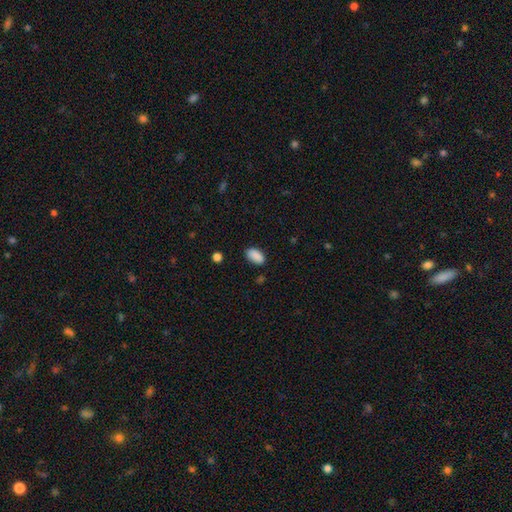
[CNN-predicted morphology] A smooth galaxy with no disk features (89%) that is in between round and cigar-shaped (93%).

Vote fractions:
- Smooth or featured? smooth: 89% / star or artifact: 8% / featured or disk: 3%
- How rounded? in between: 93% / round: 4% / cigar-shaped: 3%
- Merging? none: 83% / minor disturbance: 12% / major disturbance: 3% / merger: 2%